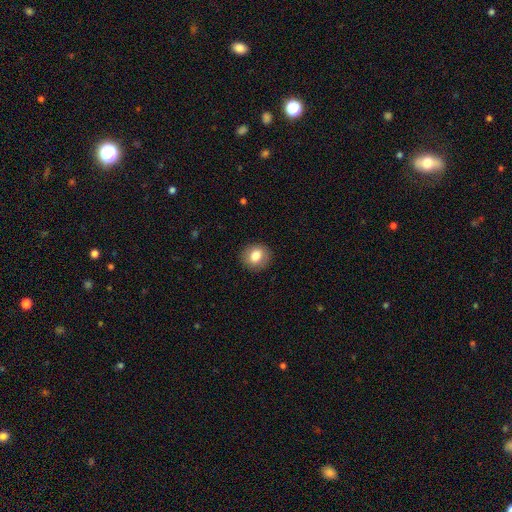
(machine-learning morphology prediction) smooth 79%, featured or disk 12%, star or artifact 9%. Down the decision tree: how rounded — round (75%); merging — none (89%).